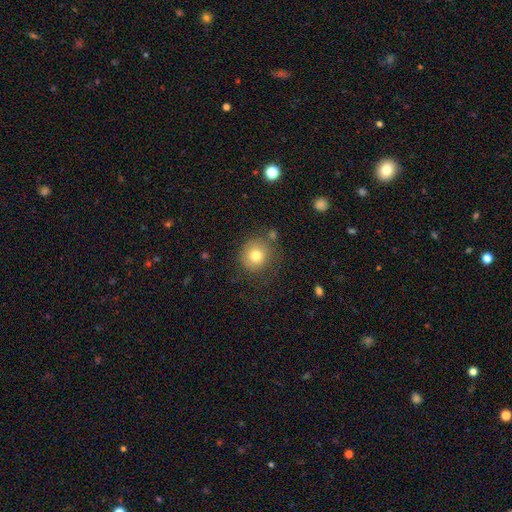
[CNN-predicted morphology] Smooth or featured? Predicted: smooth (p=0.77). How rounded? Predicted: round (p=0.90). Merging? Predicted: none (p=0.73).